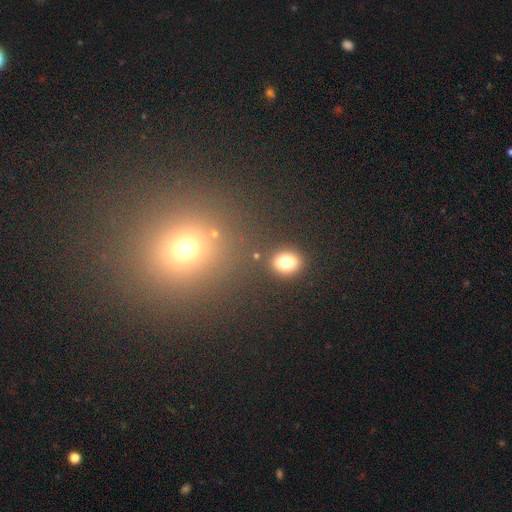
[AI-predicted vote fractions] Morphology: type=smooth (73%); roundness=round (66%); merging=none (82%).